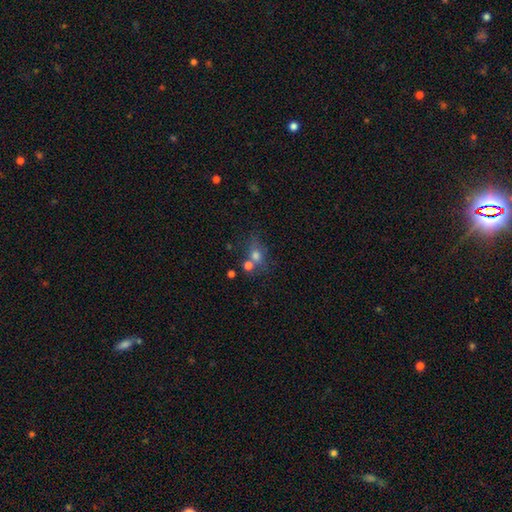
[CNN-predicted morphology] Smooth or featured? Predicted: smooth (p=0.70). How rounded? Predicted: round (p=0.62). Merging? Predicted: none (p=0.43).